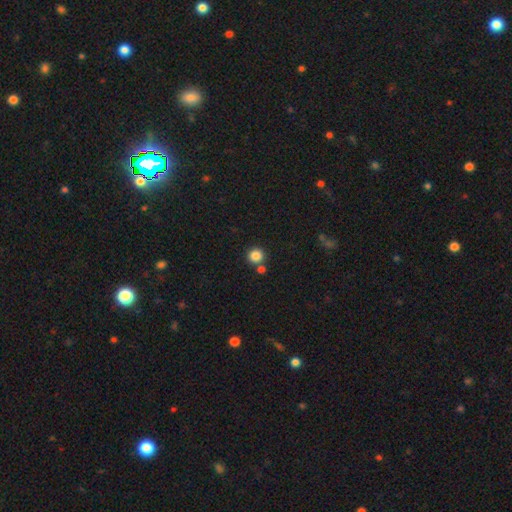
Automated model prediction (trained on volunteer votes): Smooth or featured? smooth (84%)
How rounded? round (92%)
Merging? none (77%)